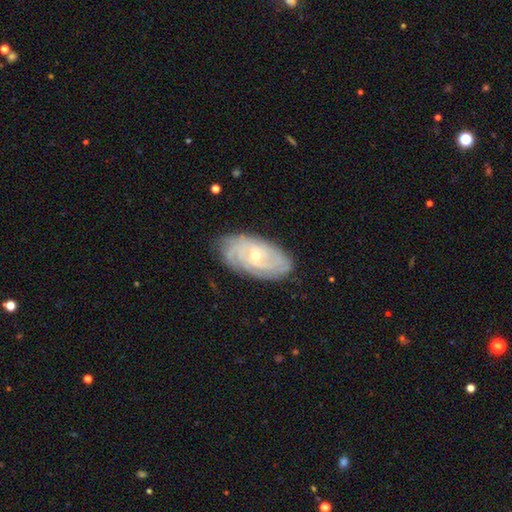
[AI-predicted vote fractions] A featured or disk galaxy (80%) with no bar (66%), tight (75%) spiral arms (93%) and a small central bulge (61%).

Vote fractions:
- Smooth or featured? featured or disk: 80% / smooth: 14% / star or artifact: 6%
- Edge-on disk? no: 94% / yes: 6%
- Bar? no: 66% / weak: 28% / strong: 6%
- Spiral arms? yes: 93% / no: 7%
- Spiral winding? tight: 75% / medium: 20% / loose: 5%
- Spiral arm count? can't tell: 45% / 4: 15% / 2: 13% / 3: 13% / more than 4: 8% / 1: 5%
- Bulge size? small: 61% / moderate: 36% / large: 1% / none: 1% / dominant: 1%
- Merging? none: 80% / minor disturbance: 15% / major disturbance: 4% / merger: 1%